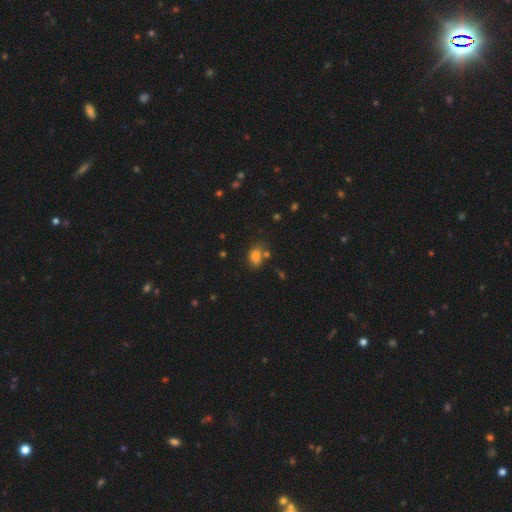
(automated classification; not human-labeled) A smooth galaxy with no disk features (79%) that is in between round and cigar-shaped (77%). Merging: none (53%).